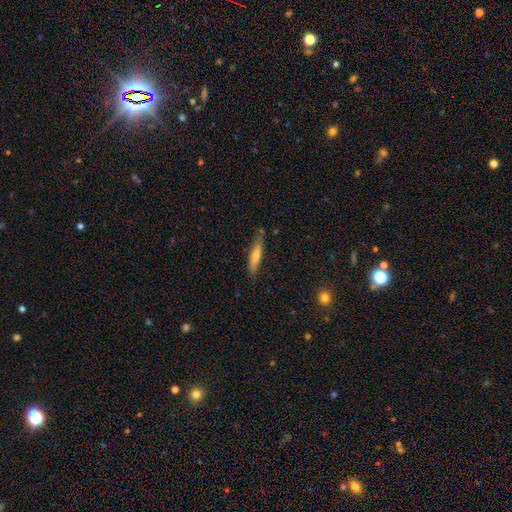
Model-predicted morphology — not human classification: Overall: smooth (65%; featured or disk 29%). How rounded: cigar-shaped (87%). Merging: none (79%).